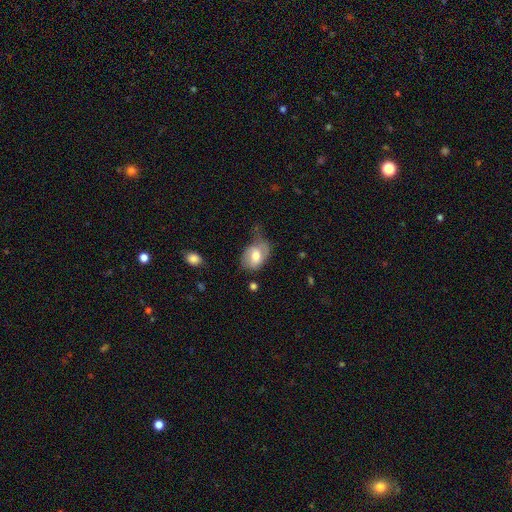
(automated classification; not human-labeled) Smooth or featured? smooth (61%)
How rounded? in between (77%)
Merging? minor disturbance (38%)